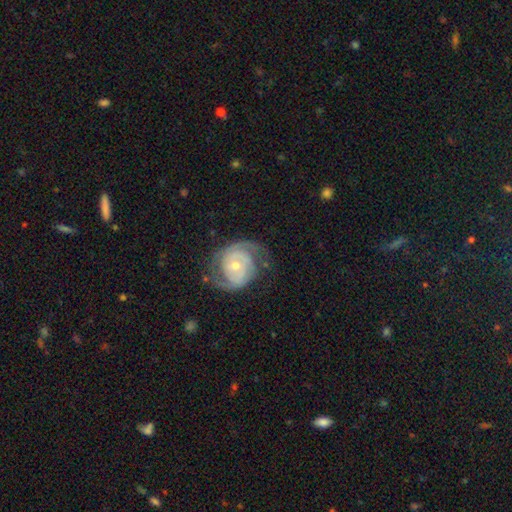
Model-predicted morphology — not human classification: featured or disk 74%, star or artifact 13%, smooth 12%. Down the decision tree: edge-on disk — no (97%); bar — no (63%); spiral arms — yes (95%); spiral arm count — 2 (64%); spiral winding — tight (50%); bulge size — small (56%); merging — none (74%).